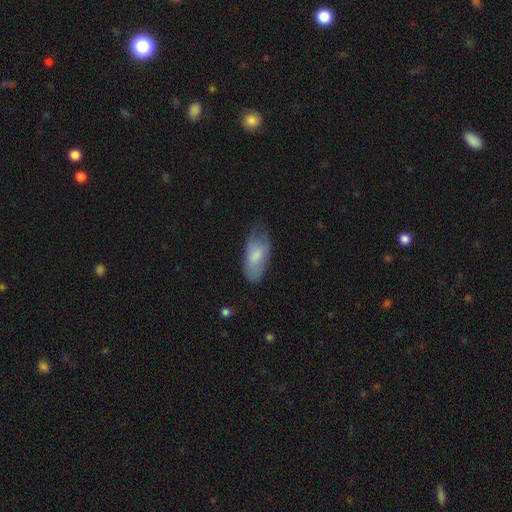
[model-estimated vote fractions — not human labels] Smooth or featured? Predicted: smooth (p=0.73). How rounded? Predicted: in between (p=0.89). Merging? Predicted: none (p=0.53).